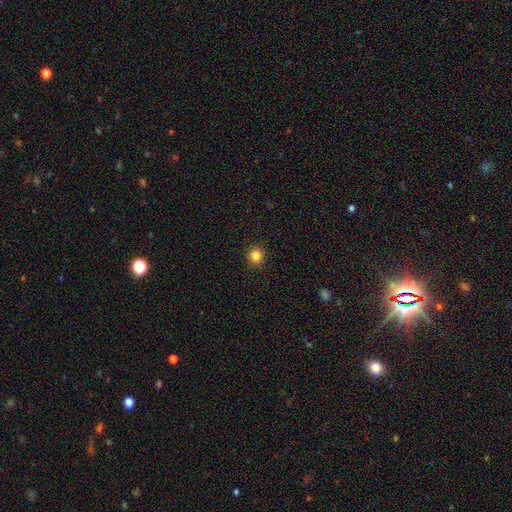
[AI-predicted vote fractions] Smooth or featured?
  - smooth: 84% *
  - star or artifact: 12%
  - featured or disk: 4%
How rounded?
  - round: 93% *
  - in between: 7%
  - cigar-shaped: 1%
Merging?
  - none: 92% *
  - minor disturbance: 5%
  - major disturbance: 2%
  - merger: 1%